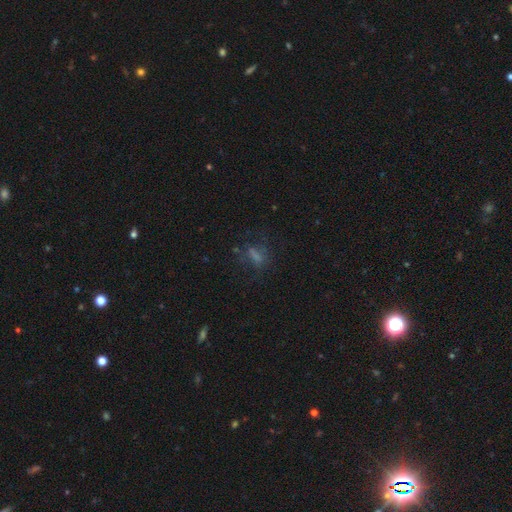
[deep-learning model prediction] smooth-or-featured: smooth: 44% | star or artifact: 31% | featured or disk: 24%
  merging: none: 64% | minor disturbance: 17% | major disturbance: 16% | merger: 3%